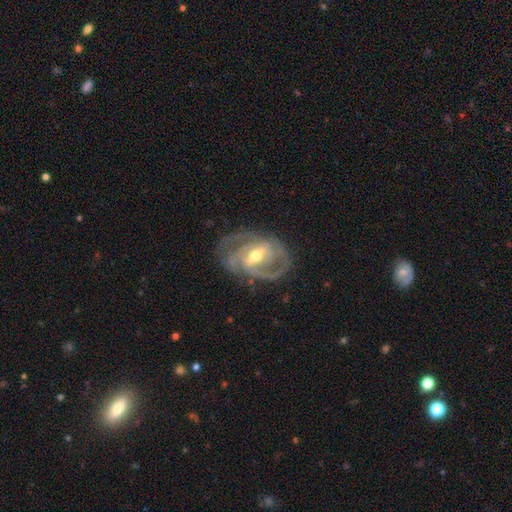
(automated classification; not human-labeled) A featured or disk galaxy (90%) with a strong bar (43%), 2 (38%) tight (50%) spiral arms (97%) and a moderate central bulge (62%).

Vote fractions:
- Smooth or featured? featured or disk: 90% / star or artifact: 5% / smooth: 5%
- Edge-on disk? no: 96% / yes: 4%
- Bar? strong: 43% / weak: 41% / no: 16%
- Spiral arms? yes: 97% / no: 3%
- Spiral winding? tight: 50% / medium: 42% / loose: 9%
- Spiral arm count? 2: 38% / 3: 34% / can't tell: 13% / 4: 7% / 1: 4% / more than 4: 4%
- Bulge size? moderate: 62% / small: 34% / large: 3% / none: 1% / dominant: 1%
- Merging? none: 72% / minor disturbance: 18% / major disturbance: 9% / merger: 1%